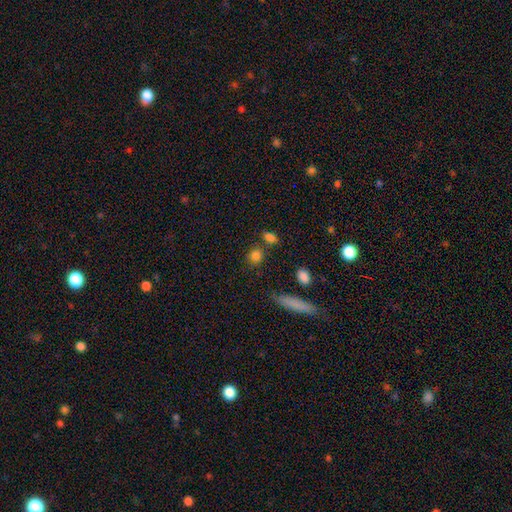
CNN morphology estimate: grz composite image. It shows a smooth galaxy with no disk features (83%) that is round (68%). Merging: none (72%).